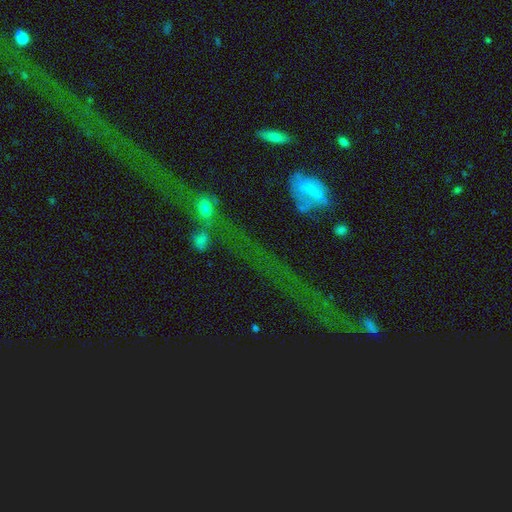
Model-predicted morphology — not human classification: This appears to be a star or artifact, not a galaxy (63%).